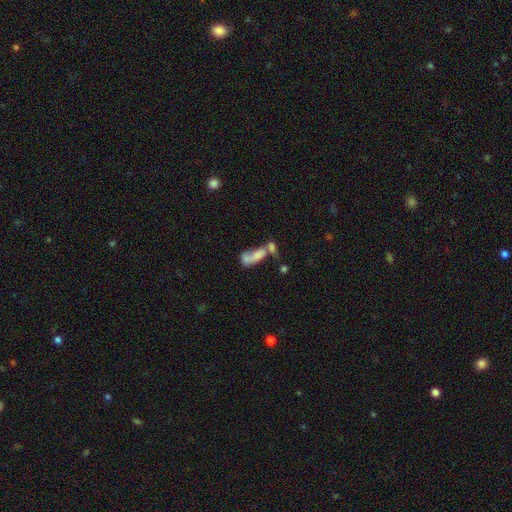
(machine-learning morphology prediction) This is possibly a smooth galaxy (58%). How rounded: likely in between (75%). Merging: likely merger (62%).